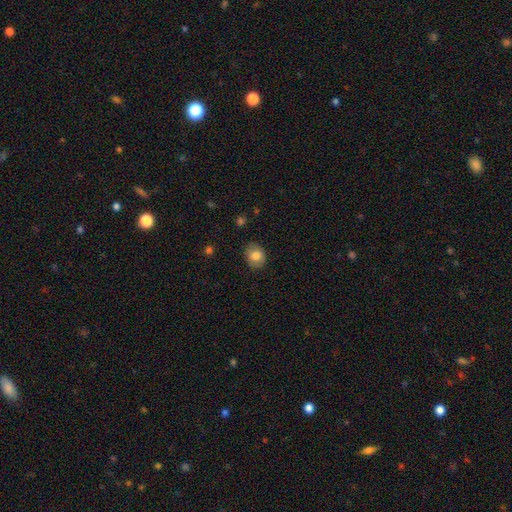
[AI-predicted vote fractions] Overall: smooth (81%). How rounded: round (55%; in between 44%). Merging: none (82%).